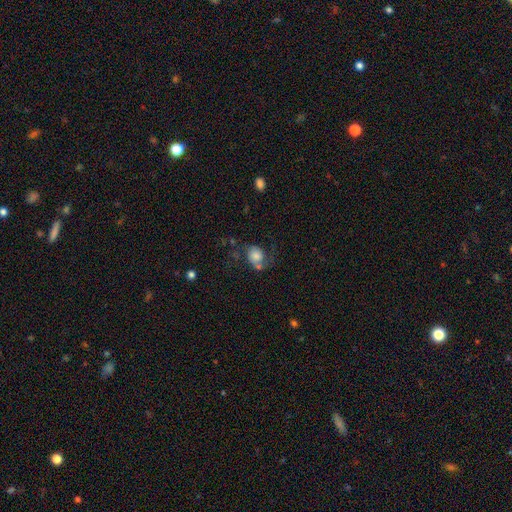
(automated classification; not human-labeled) smooth_or_featured: smooth (p=0.54) [alt: featured or disk p=0.35]
how_rounded: round (p=0.64) [alt: in between p=0.35]
merging: none (p=0.43) [alt: major disturbance p=0.24]